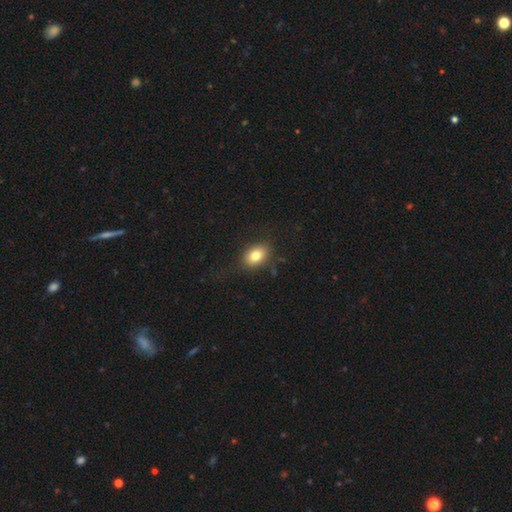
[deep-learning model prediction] This appears to be a smooth galaxy with no disk features (80%) that is in between round and cigar-shaped (76%). Merging: none (80%).